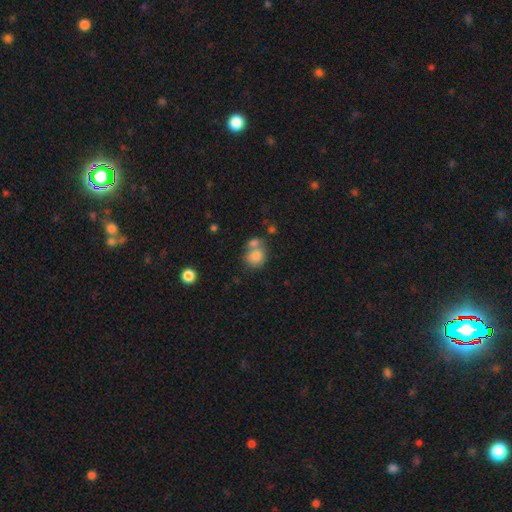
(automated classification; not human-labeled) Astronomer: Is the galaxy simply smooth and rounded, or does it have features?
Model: smooth — 80%.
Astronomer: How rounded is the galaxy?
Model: round — 70%.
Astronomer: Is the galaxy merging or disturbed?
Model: merger — 44% (runner-up: none, 40%).